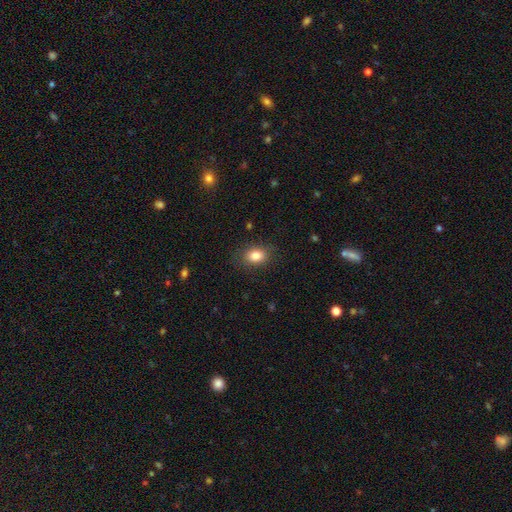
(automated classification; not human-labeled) This appears to be a smooth galaxy with no disk features (84%) that is in between round and cigar-shaped (70%). Merging: none (84%).